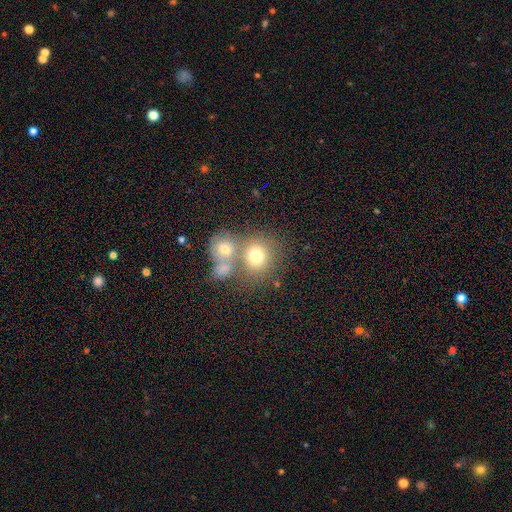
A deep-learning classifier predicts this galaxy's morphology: Q: Smooth or featured?
A: smooth (72%); runner-up: featured or disk (15%)
Q: How rounded?
A: round (78%); runner-up: in between (21%)
Q: Merging?
A: none (45%); runner-up: merger (40%)